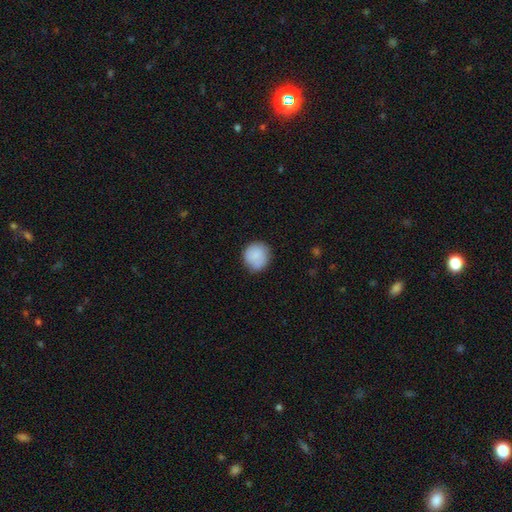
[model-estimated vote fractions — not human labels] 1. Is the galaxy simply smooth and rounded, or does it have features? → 85% smooth, 8% featured or disk, 7% star or artifact.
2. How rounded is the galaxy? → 89% round, 10% in between, 1% cigar-shaped.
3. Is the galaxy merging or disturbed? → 77% none, 18% minor disturbance, 3% major disturbance, 1% merger.